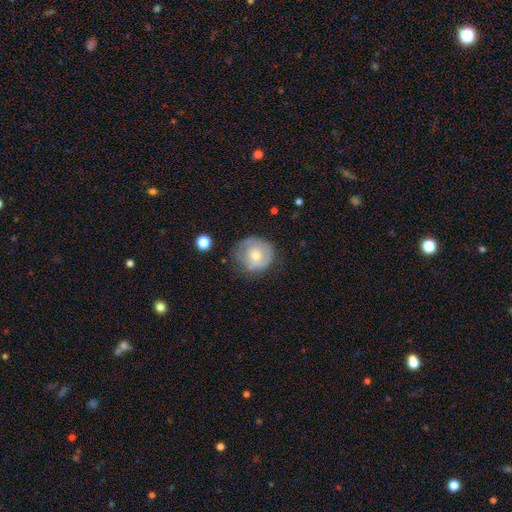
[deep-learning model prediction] A smooth galaxy with no disk features (56%) that is round (87%).

Vote fractions:
- Smooth or featured? smooth: 56% / featured or disk: 36% / star or artifact: 8%
- How rounded? round: 87% / in between: 12% / cigar-shaped: 1%
- Merging? none: 57% / minor disturbance: 28% / major disturbance: 13% / merger: 2%